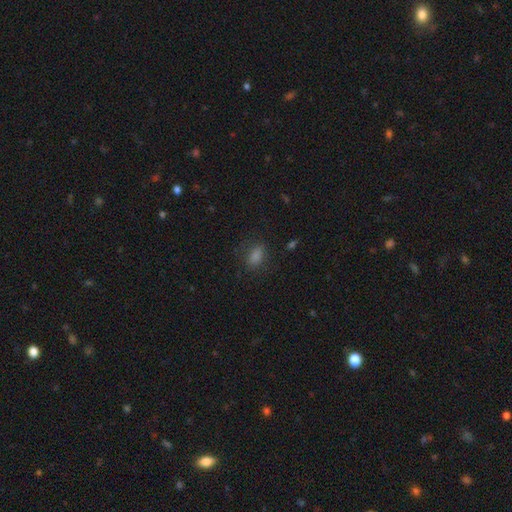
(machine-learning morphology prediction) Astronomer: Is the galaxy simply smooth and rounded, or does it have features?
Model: smooth — 74%.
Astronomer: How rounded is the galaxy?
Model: in between — 79%.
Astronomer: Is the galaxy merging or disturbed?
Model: none — 79%.